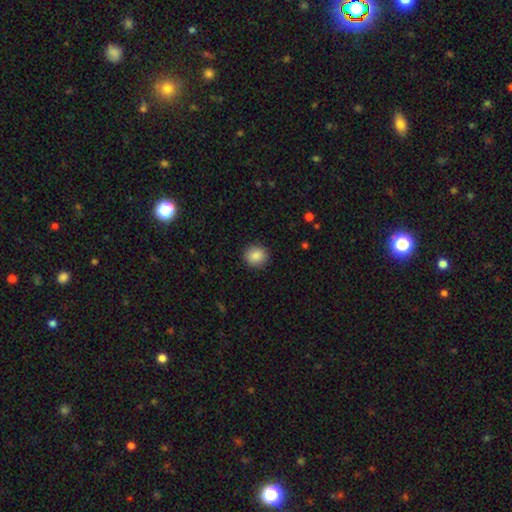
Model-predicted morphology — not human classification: Q: Smooth or featured?
A: smooth (87%); runner-up: star or artifact (9%)
Q: How rounded?
A: round (85%); runner-up: in between (15%)
Q: Merging?
A: none (90%); runner-up: minor disturbance (7%)